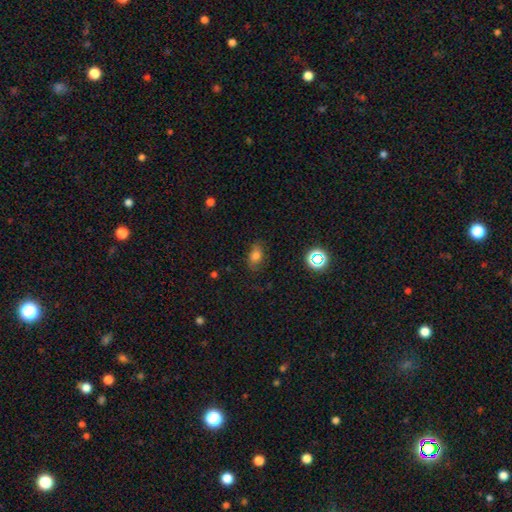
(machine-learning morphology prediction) Overall: smooth (72%). How rounded: in between (79%). Merging: none (69%).